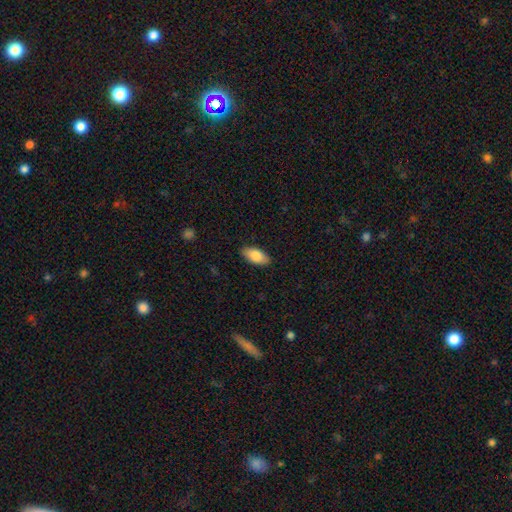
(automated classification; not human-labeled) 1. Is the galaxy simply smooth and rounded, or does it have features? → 85% smooth, 9% featured or disk, 6% star or artifact.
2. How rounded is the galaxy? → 92% in between, 6% cigar-shaped, 2% round.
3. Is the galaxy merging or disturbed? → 88% none, 9% minor disturbance, 2% major disturbance, 1% merger.